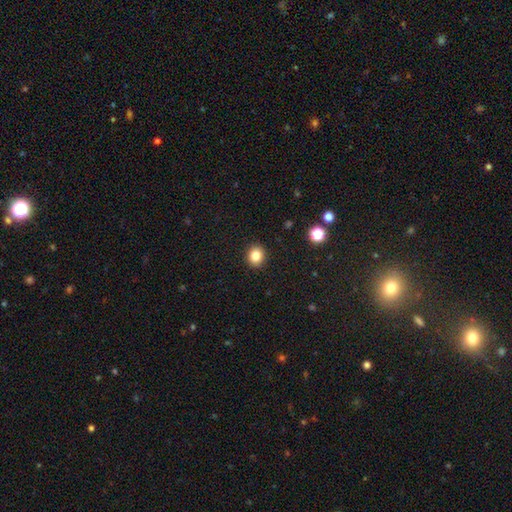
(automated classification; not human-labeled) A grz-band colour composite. It shows a smooth galaxy with no disk features (84%) that is round (78%). Merging: none (92%).